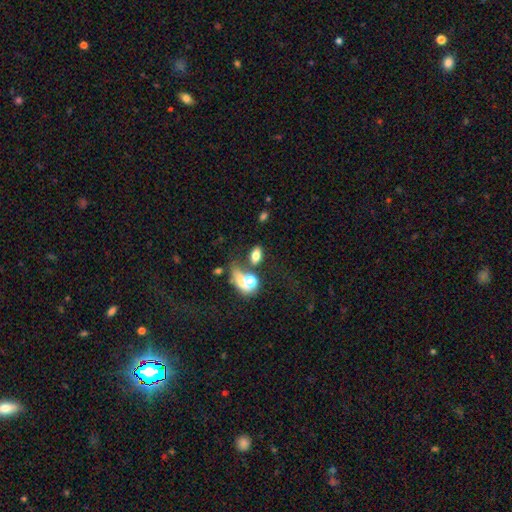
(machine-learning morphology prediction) A smooth galaxy with no disk features (73%) that is in between round and cigar-shaped (83%). Merging: none (49%).